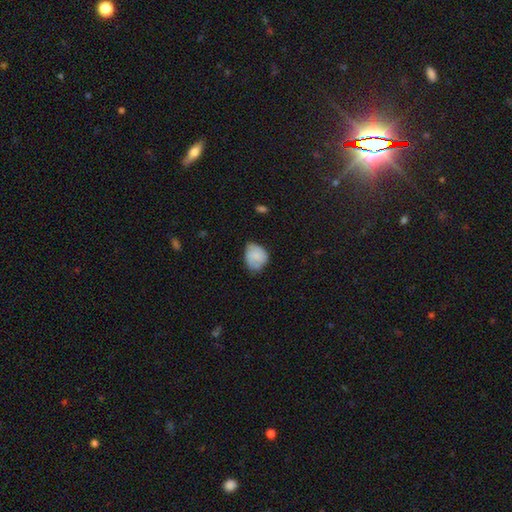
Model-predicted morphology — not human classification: Smooth or featured: smooth — 71% (featured or disk — 21%)
How rounded: round — 50% (in between — 49%)
Merging: none — 45% (minor disturbance — 42%)